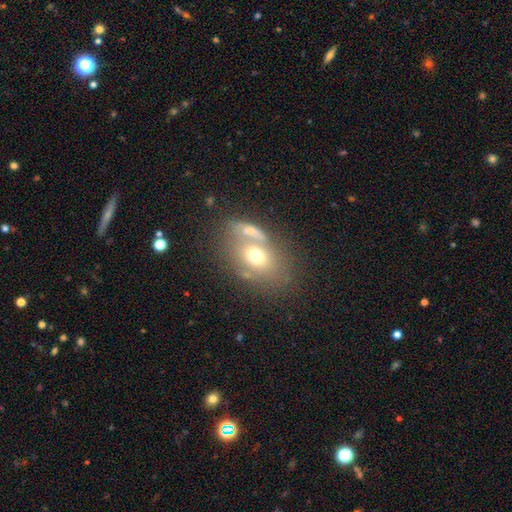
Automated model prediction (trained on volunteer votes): Smooth or featured?
  - smooth: 59% *
  - featured or disk: 31%
  - star or artifact: 10%
How rounded?
  - in between: 73% *
  - round: 25%
  - cigar-shaped: 2%
Merging?
  - none: 40% *
  - merger: 36%
  - minor disturbance: 15%
  - major disturbance: 10%